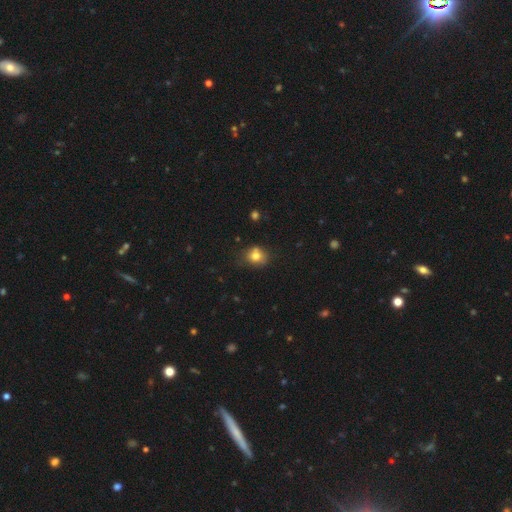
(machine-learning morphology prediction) Smooth or featured? Predicted: smooth (p=0.77). How rounded? Predicted: round (p=0.65). Merging? Predicted: none (p=0.63).